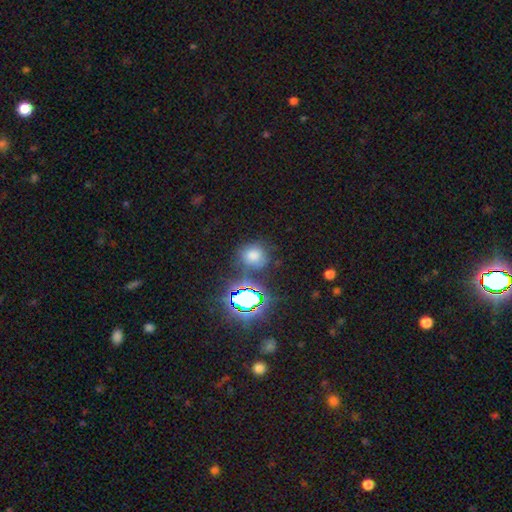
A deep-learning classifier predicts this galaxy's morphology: Smooth or featured: smooth — 61% (star or artifact — 29%)
How rounded: round — 76% (in between — 22%)
Merging: none — 68% (minor disturbance — 16%)